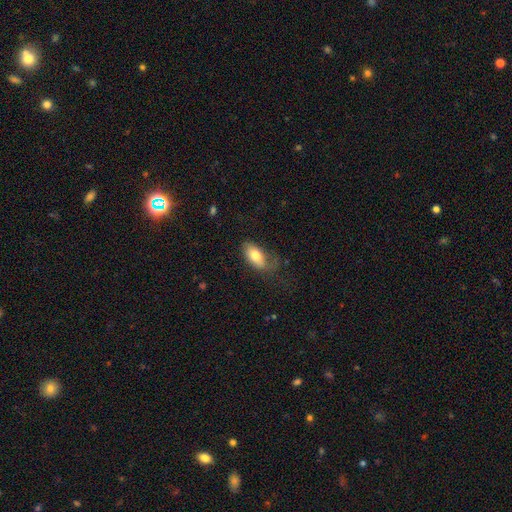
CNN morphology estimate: Smooth or featured? smooth (76%)
How rounded? in between (91%)
Merging? none (53%)